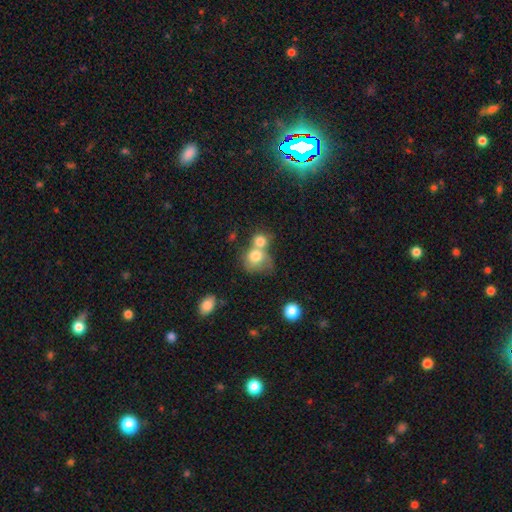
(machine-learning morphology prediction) This is likely a smooth galaxy (76%). How rounded: likely round (69%). Merging: likely merger (65%).